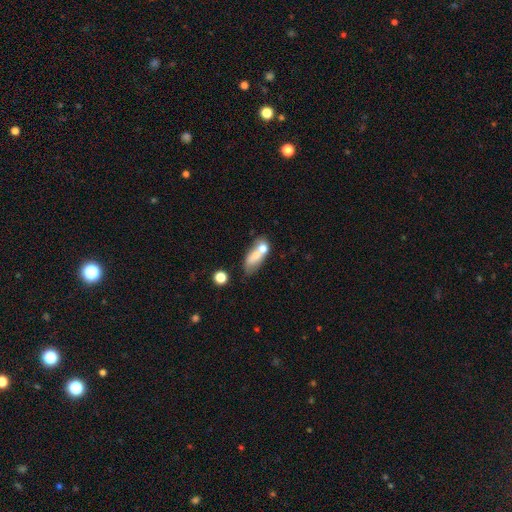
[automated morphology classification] A smooth galaxy with no disk features (66%) that is in between round and cigar-shaped (74%).

Vote fractions:
- Smooth or featured? smooth: 66% / featured or disk: 24% / star or artifact: 10%
- How rounded? in between: 74% / cigar-shaped: 13% / round: 13%
- Merging? merger: 47% / none: 25% / minor disturbance: 15% / major disturbance: 13%